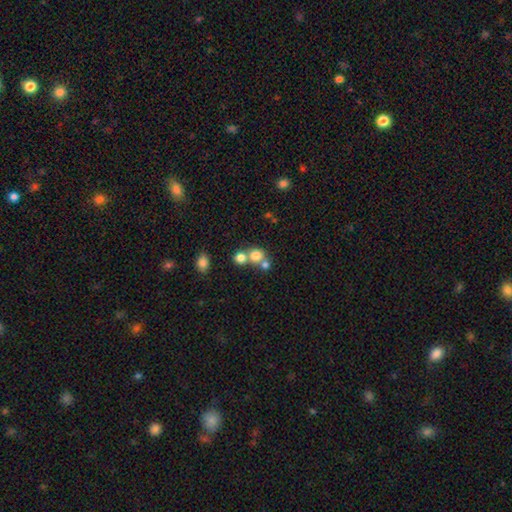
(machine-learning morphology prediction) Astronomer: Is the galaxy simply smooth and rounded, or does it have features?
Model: smooth — 75%.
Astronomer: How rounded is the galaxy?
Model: round — 83%.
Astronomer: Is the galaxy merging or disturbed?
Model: merger — 48% (runner-up: none, 42%).